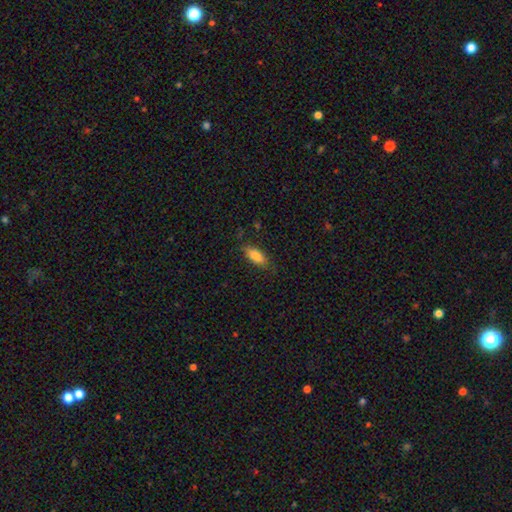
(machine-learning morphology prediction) smooth 85%, featured or disk 8%, star or artifact 7%. Down the decision tree: how rounded — in between (79%); merging — none (79%).